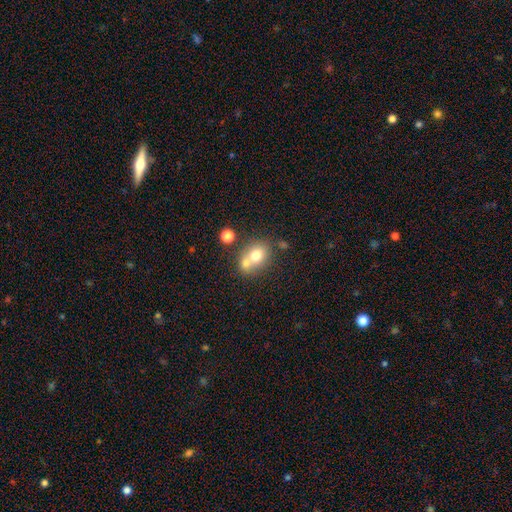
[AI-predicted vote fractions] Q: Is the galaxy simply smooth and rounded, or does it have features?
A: smooth — 71%.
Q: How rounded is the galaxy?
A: round — 60%.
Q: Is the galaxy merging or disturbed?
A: merger — 50%.